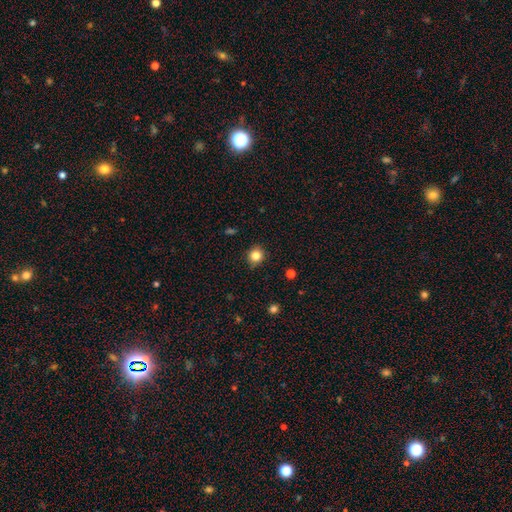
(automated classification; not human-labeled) Smooth or featured?
  - smooth: 83% *
  - star or artifact: 12%
  - featured or disk: 6%
How rounded?
  - round: 88% *
  - in between: 11%
  - cigar-shaped: 1%
Merging?
  - none: 87% *
  - minor disturbance: 10%
  - major disturbance: 2%
  - merger: 1%